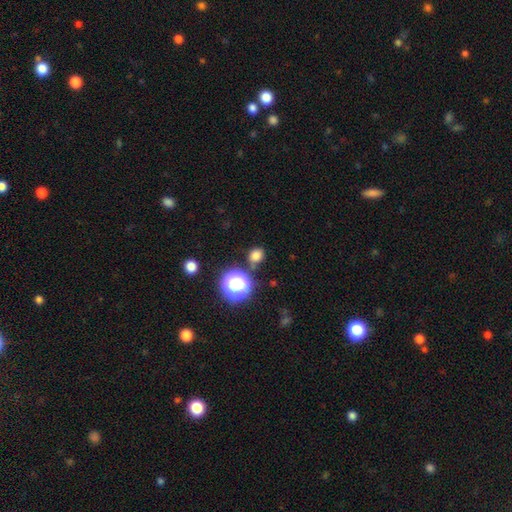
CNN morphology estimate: smooth_or_featured: smooth (p=0.75) [alt: star or artifact p=0.20]
how_rounded: round (p=0.72) [alt: in between p=0.27]
merging: none (p=0.77) [alt: minor disturbance p=0.12]